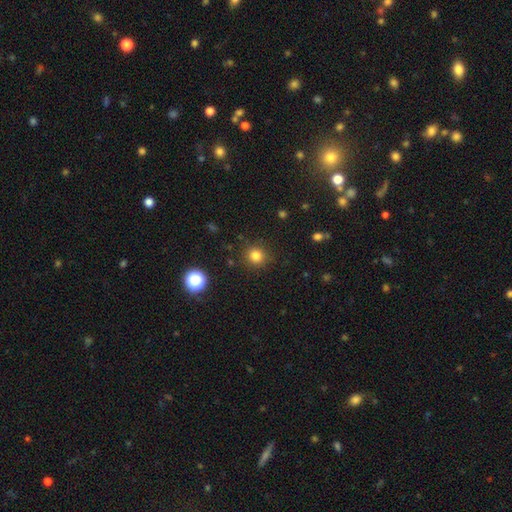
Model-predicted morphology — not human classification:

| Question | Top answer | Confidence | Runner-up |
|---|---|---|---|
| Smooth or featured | smooth | 81% | star or artifact (14%) |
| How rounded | round | 92% | in between (8%) |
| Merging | none | 88% | minor disturbance (7%) |